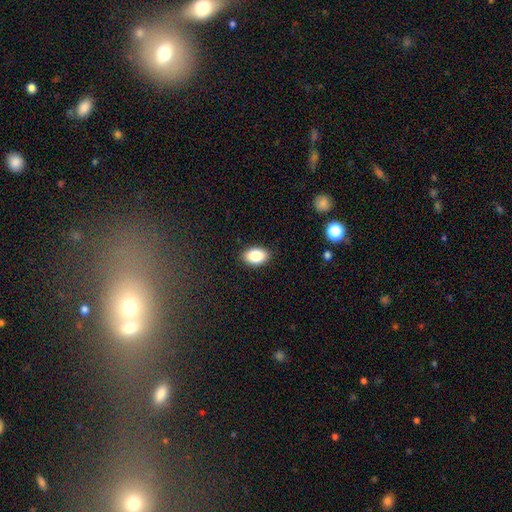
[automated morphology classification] Overall: smooth (87%). How rounded: in between (90%). Merging: none (88%).